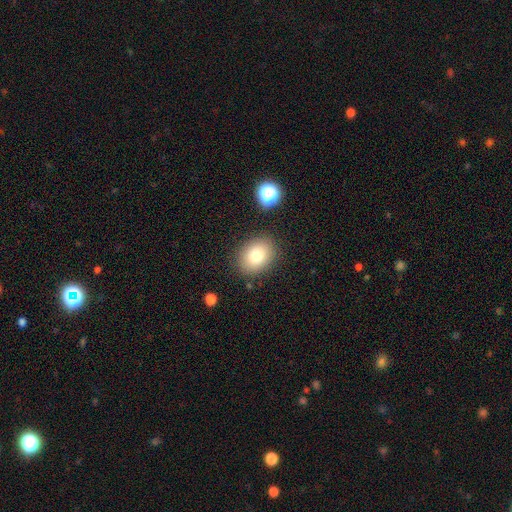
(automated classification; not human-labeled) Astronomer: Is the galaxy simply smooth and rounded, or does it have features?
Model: smooth — 80%.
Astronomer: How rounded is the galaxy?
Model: in between — 59% (runner-up: round, 40%).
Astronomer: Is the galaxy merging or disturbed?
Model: none — 85%.